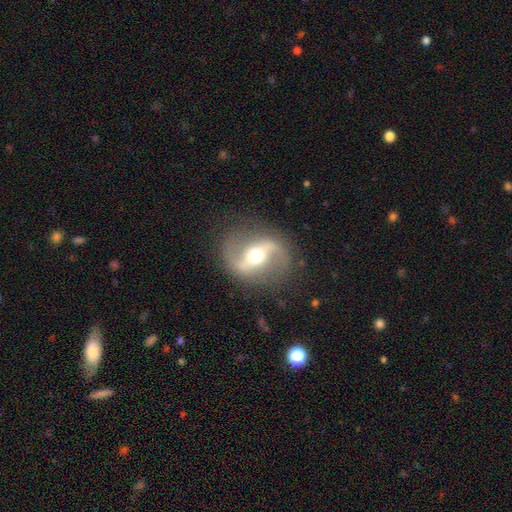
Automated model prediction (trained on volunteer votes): The model was most divided on "spiral winding": loose: 53%, medium: 39%, tight: 8%. Remaining: edge-on disk — no (95%); spiral arm count — 2 (93%); spiral arms — yes (92%); smooth or featured — featured or disk (87%); merging — none (85%); bulge size — moderate (69%); bar — strong (50%).